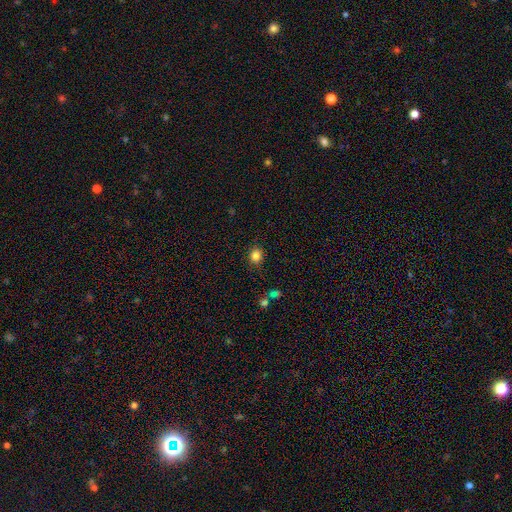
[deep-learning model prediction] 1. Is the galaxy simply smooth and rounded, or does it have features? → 83% smooth, 12% star or artifact, 5% featured or disk.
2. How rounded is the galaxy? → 73% round, 26% in between, 1% cigar-shaped.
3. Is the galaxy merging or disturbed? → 85% none, 10% minor disturbance, 3% major disturbance, 2% merger.